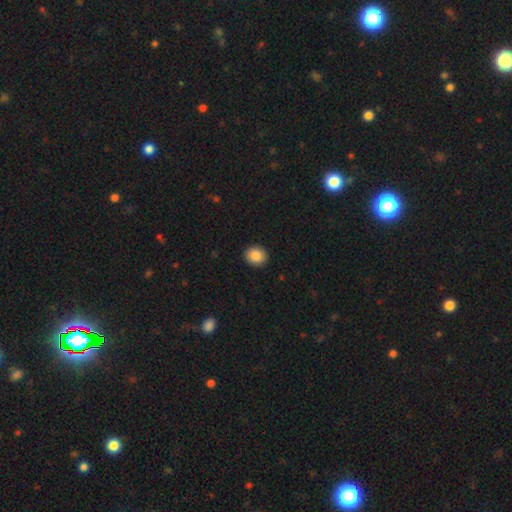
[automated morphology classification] smooth_or_featured: smooth (p=0.88) [alt: star or artifact p=0.08]
how_rounded: round (p=0.73) [alt: in between p=0.26]
merging: none (p=0.92) [alt: minor disturbance p=0.06]